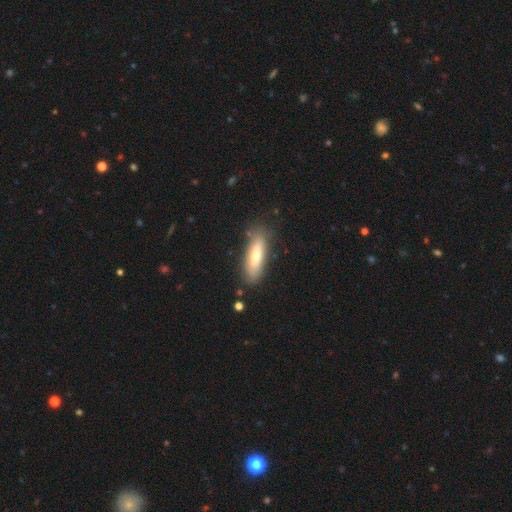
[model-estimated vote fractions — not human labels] Smooth or featured: smooth — 68% (featured or disk — 25%)
How rounded: cigar-shaped — 58% (in between — 40%)
Merging: none — 81% (minor disturbance — 14%)